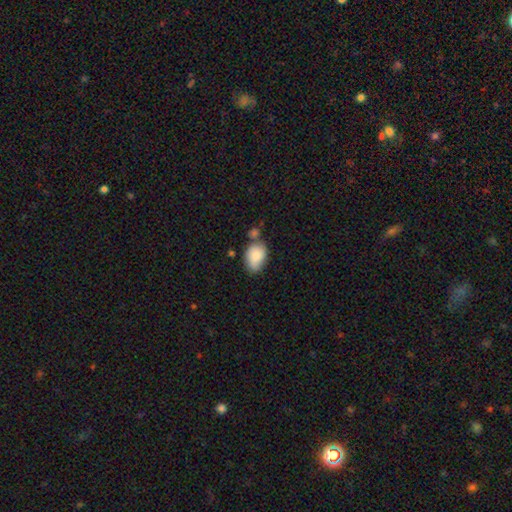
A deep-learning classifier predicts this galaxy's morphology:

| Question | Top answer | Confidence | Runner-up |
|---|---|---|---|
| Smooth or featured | smooth | 82% | featured or disk (10%) |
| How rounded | in between | 84% | round (15%) |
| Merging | none | 45% | minor disturbance (27%) |